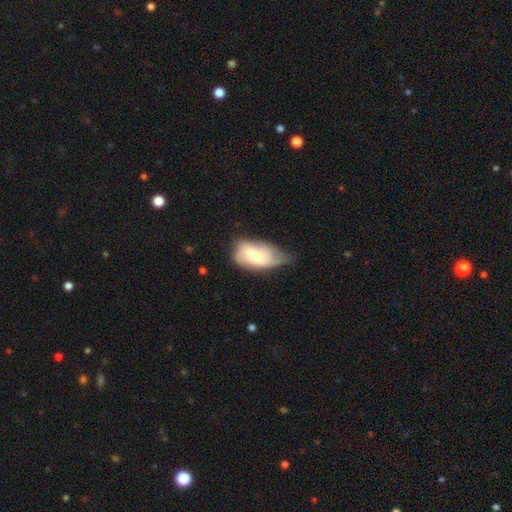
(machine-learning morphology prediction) The model was most divided on "merging": minor disturbance: 31%, merger: 27%, none: 23%, major disturbance: 19%. More confident: how rounded — in between (91%); smooth or featured — smooth (52%).